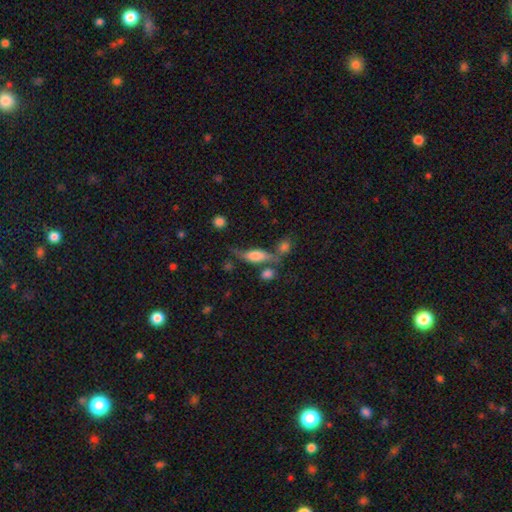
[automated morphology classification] Smooth or featured: smooth — 55% (featured or disk — 36%)
How rounded: in between — 58% (cigar-shaped — 37%)
Merging: none — 52% (minor disturbance — 21%)